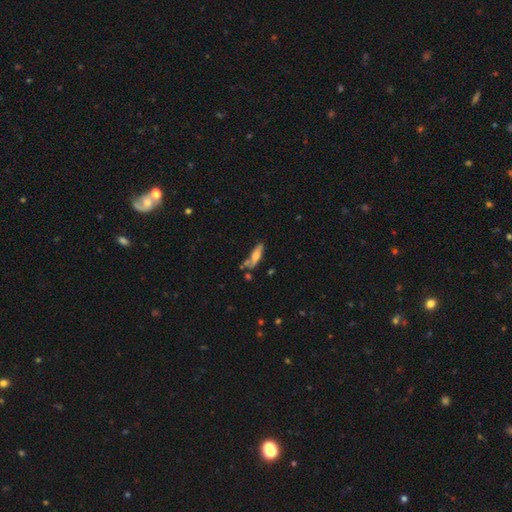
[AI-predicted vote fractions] smooth-or-featured: smooth: 56% | featured or disk: 37% | star or artifact: 7%
  how-rounded: cigar-shaped: 55% | in between: 42% | round: 2%
  merging: none: 57% | minor disturbance: 22% | merger: 15% | major disturbance: 7%